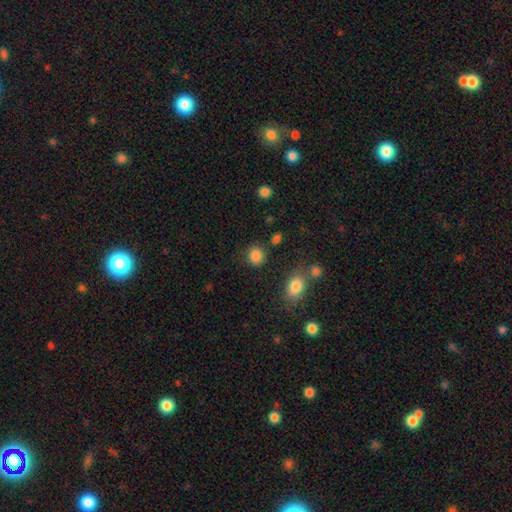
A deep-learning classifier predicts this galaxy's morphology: A smooth galaxy with no disk features (86%) that is round (76%).

Vote fractions:
- Smooth or featured? smooth: 86% / star or artifact: 10% / featured or disk: 4%
- How rounded? round: 76% / in between: 23% / cigar-shaped: 1%
- Merging? none: 81% / minor disturbance: 11% / merger: 4% / major disturbance: 4%